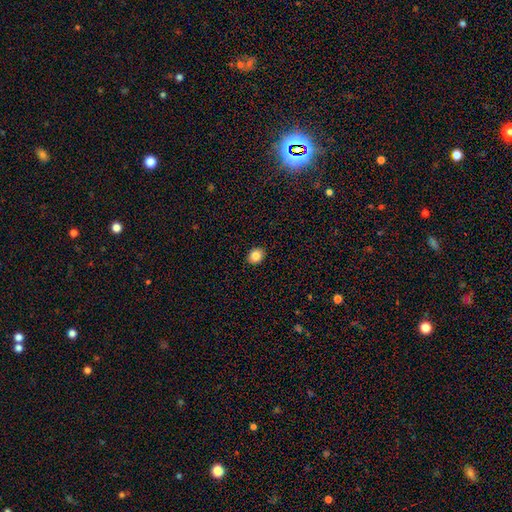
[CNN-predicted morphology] smooth-or-featured: smooth: 83% | star or artifact: 10% | featured or disk: 7%
  how-rounded: round: 57% | in between: 42% | cigar-shaped: 1%
  merging: none: 91% | minor disturbance: 7% | major disturbance: 2% | merger: 1%